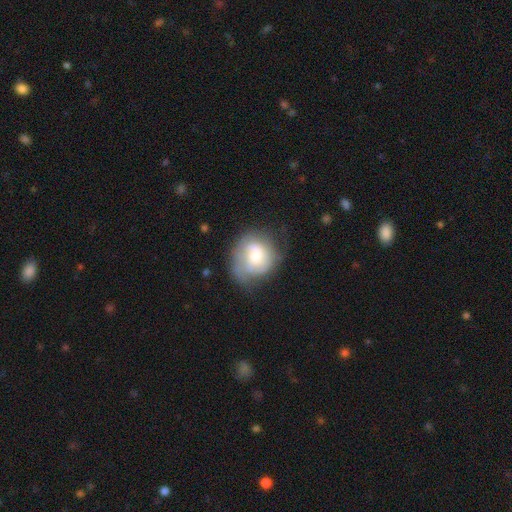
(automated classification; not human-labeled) smooth_or_featured: featured or disk (p=0.53) [alt: smooth p=0.40]
disk_edge_on: no (p=0.98) [alt: yes p=0.02]
bar: no (p=0.65) [alt: weak p=0.30]
has_spiral_arms: yes (p=0.78) [alt: no p=0.22]
bulge_size: moderate (p=0.48) [alt: small p=0.25]
merging: none (p=0.50) [alt: minor disturbance p=0.29]